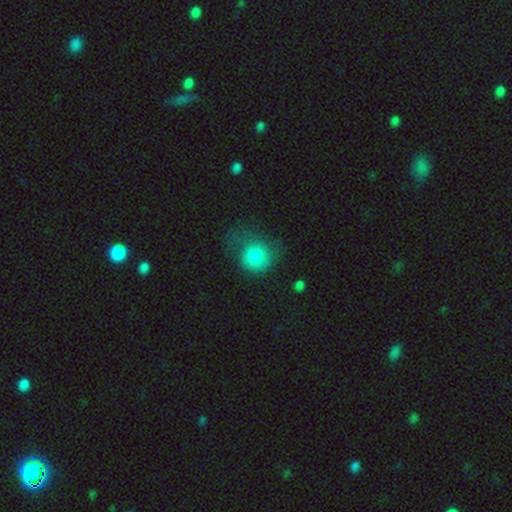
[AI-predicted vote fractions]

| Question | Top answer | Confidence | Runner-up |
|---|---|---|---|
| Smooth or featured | smooth | 79% | featured or disk (12%) |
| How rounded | round | 81% | in between (18%) |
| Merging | none | 41% | major disturbance (28%) |